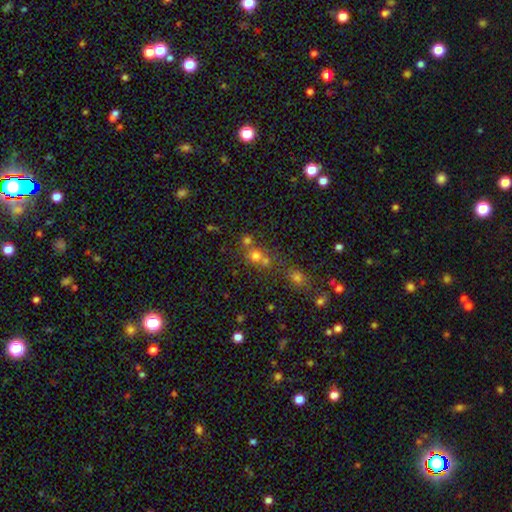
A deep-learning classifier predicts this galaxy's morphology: A smooth galaxy with no disk features (65%) that is round (84%). Merging: none (47%).